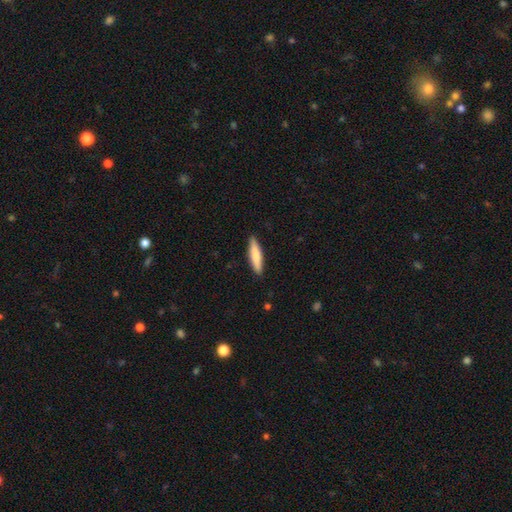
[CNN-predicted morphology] A smooth galaxy with no disk features (77%) that is cigar-shaped (80%). Merging: none (89%).